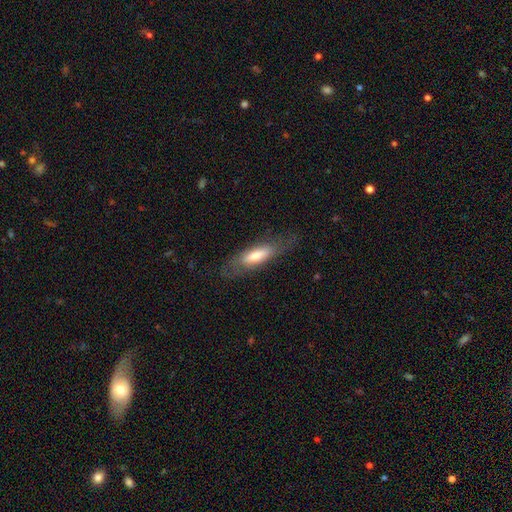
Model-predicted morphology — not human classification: smooth 61%, featured or disk 32%, star or artifact 7%. Down the decision tree: how rounded — cigar-shaped (52%); merging — none (70%).